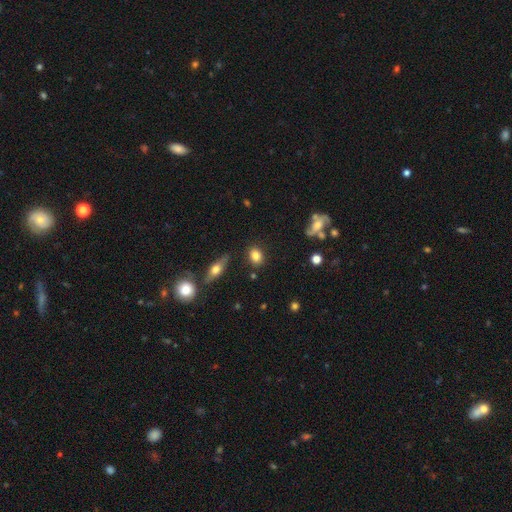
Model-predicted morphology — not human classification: Overall: smooth (82%). How rounded: in between (57%; round 41%). Merging: none (83%).